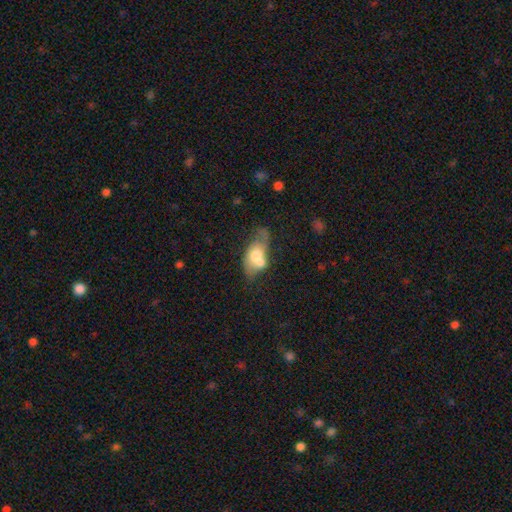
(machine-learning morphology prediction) Smooth or featured?
  - smooth: 54% *
  - featured or disk: 39%
  - star or artifact: 8%
How rounded?
  - in between: 85% *
  - round: 10%
  - cigar-shaped: 5%
Merging?
  - merger: 42% *
  - none: 23%
  - minor disturbance: 19%
  - major disturbance: 16%